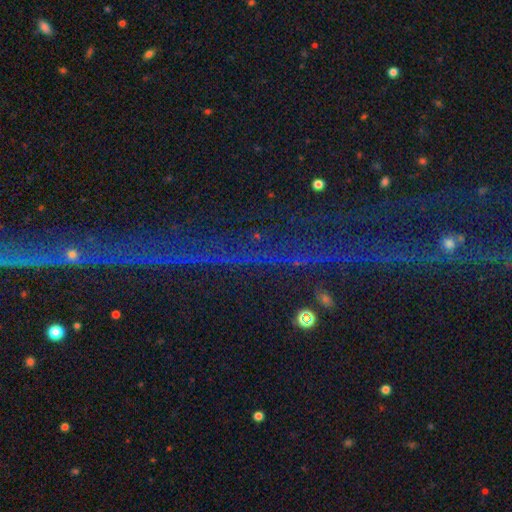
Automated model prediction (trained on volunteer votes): Smooth or featured: star or artifact — 85% (featured or disk — 9%)